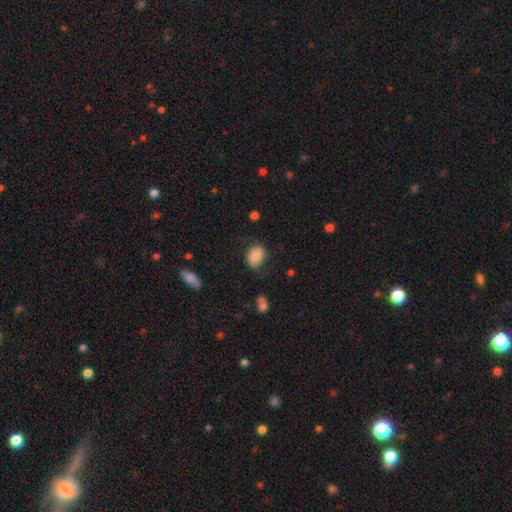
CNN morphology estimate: Smooth or featured? Predicted: smooth (p=0.77). How rounded? Predicted: in between (p=0.72). Merging? Predicted: none (p=0.68).